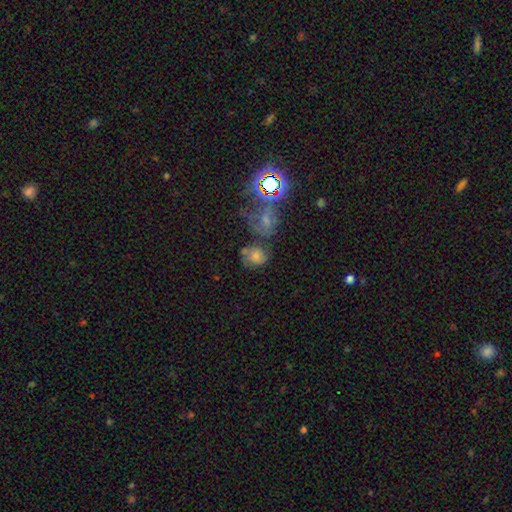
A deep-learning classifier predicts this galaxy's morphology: This appears to be a smooth galaxy with no disk features (53%) that is round (67%). Merging: none (44%).